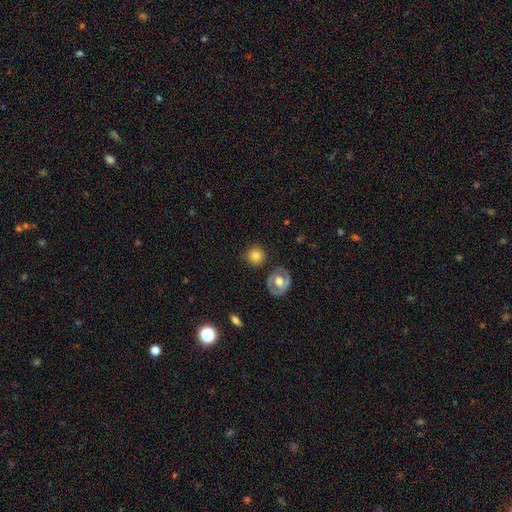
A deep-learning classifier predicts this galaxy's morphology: smooth_or_featured: smooth (p=0.79) [alt: featured or disk p=0.13]
how_rounded: round (p=0.90) [alt: in between p=0.09]
merging: none (p=0.80) [alt: minor disturbance p=0.11]